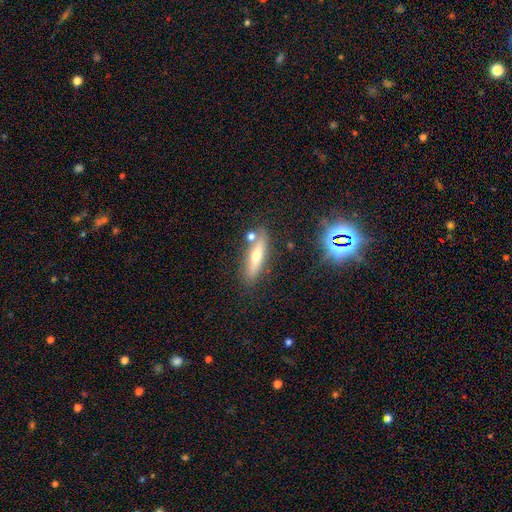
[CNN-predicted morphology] smooth_or_featured: smooth (p=0.48) [alt: featured or disk p=0.43]
merging: none (p=0.75) [alt: minor disturbance p=0.12]